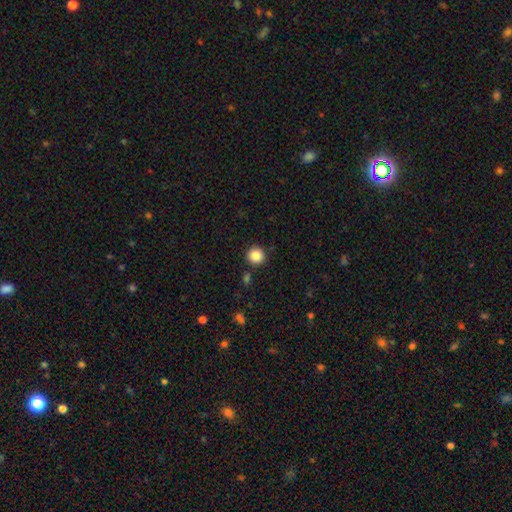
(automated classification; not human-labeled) smooth 87%, star or artifact 10%, featured or disk 3%. Down the decision tree: how rounded — round (94%); merging — none (89%).